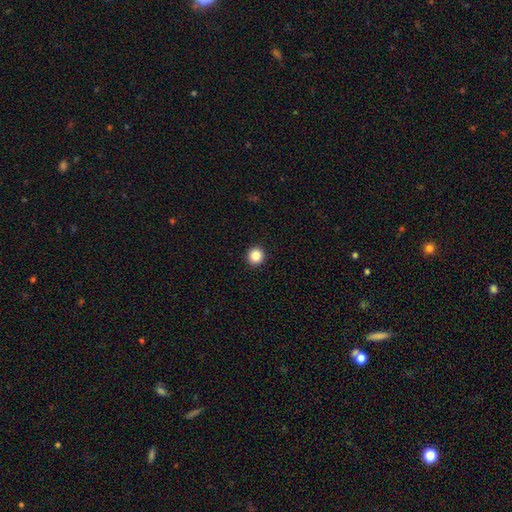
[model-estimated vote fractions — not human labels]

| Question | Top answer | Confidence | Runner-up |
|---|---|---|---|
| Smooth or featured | smooth | 86% | star or artifact (10%) |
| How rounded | round | 95% | in between (4%) |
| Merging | none | 94% | minor disturbance (4%) |